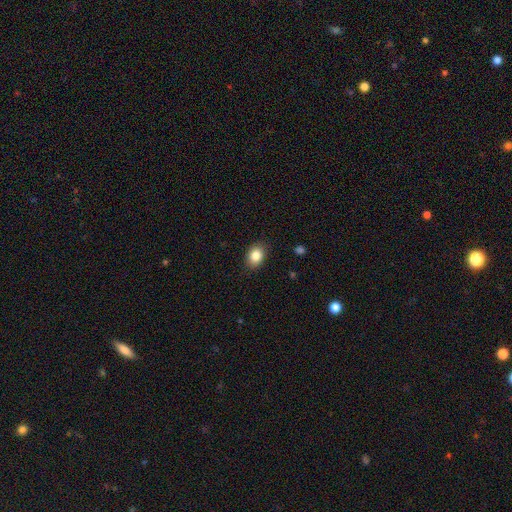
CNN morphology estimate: Smooth or featured? smooth (85%)
How rounded? in between (69%)
Merging? none (86%)